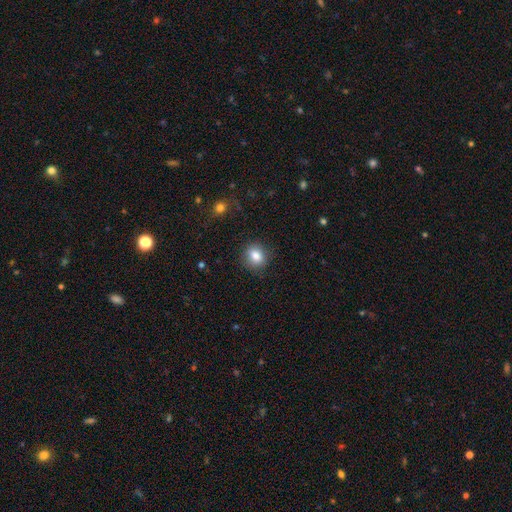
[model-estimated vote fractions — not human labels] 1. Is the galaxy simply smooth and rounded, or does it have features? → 84% smooth, 10% star or artifact, 6% featured or disk.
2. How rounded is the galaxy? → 70% round, 29% in between, 1% cigar-shaped.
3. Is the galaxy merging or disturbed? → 86% none, 10% minor disturbance, 3% major disturbance, 1% merger.